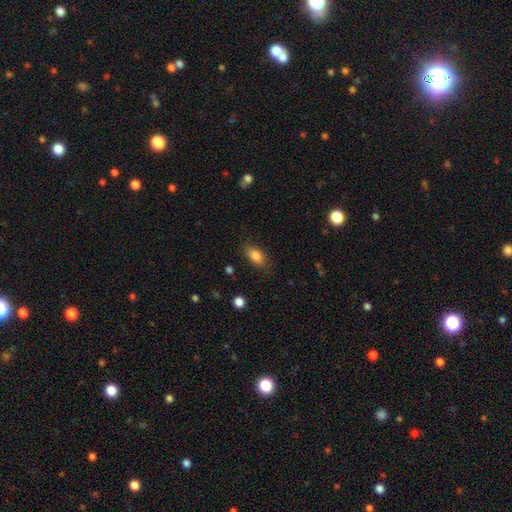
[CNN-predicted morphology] This appears to be a smooth galaxy with no disk features (85%) that is in between round and cigar-shaped (88%). Merging: none (82%).